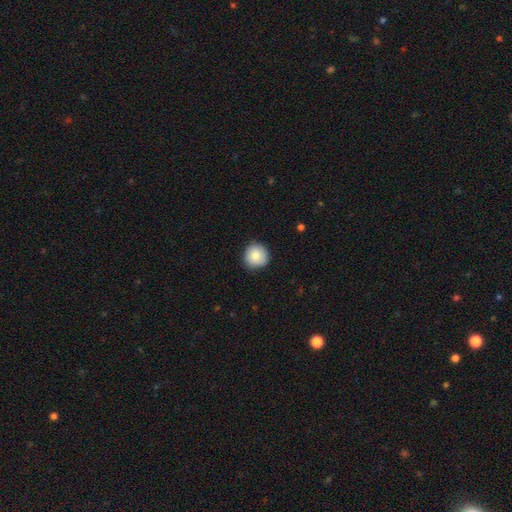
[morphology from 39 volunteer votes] smooth-or-featured: smooth: 90% | featured or disk: 8% | star or artifact: 3%
  how-rounded: round: 94% | in between: 6% | cigar-shaped: 0%
  merging: none: 76% | minor disturbance: 21% | merger: 3% | major disturbance: 0%